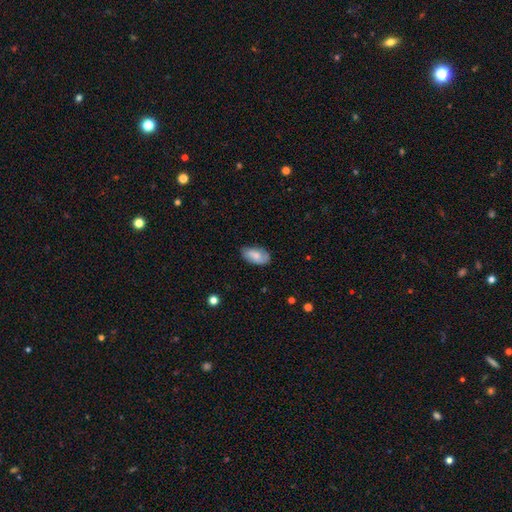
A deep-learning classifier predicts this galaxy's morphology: Smooth or featured: smooth — 72% (featured or disk — 21%)
How rounded: in between — 93% (round — 3%)
Merging: none — 73% (minor disturbance — 22%)